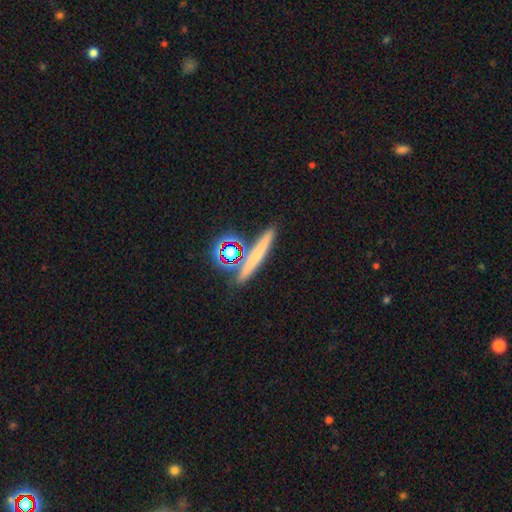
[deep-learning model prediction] This is possibly a smooth galaxy (50%). How rounded: likely cigar-shaped (72%). Merging: clearly none (80%).